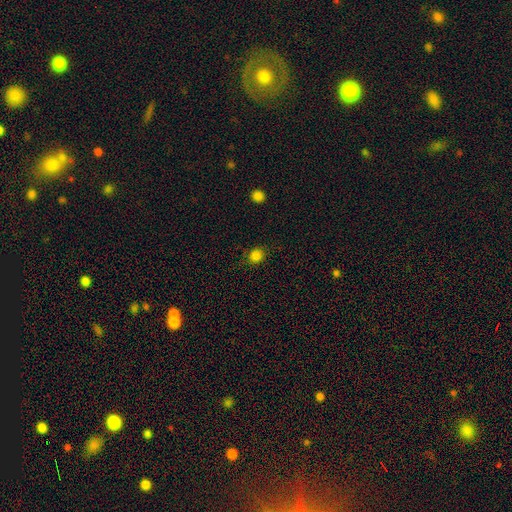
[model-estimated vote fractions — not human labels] smooth 82%, star or artifact 14%, featured or disk 4%. Down the decision tree: how rounded — round (80%); merging — none (82%).